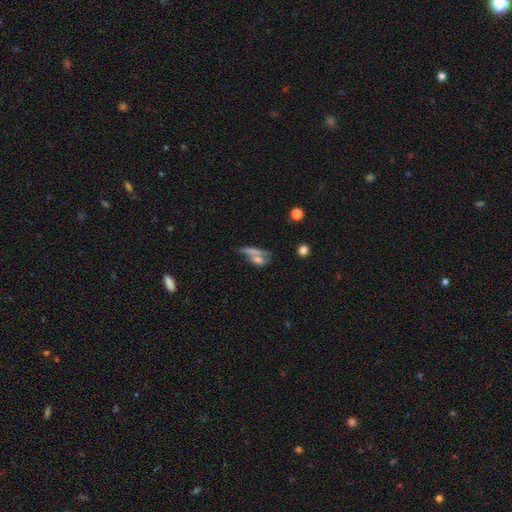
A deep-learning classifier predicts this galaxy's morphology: The model was most divided on "how rounded": in between: 52%, cigar-shaped: 35%, round: 13%. Remaining: smooth or featured — smooth (60%); merging — merger (48%).